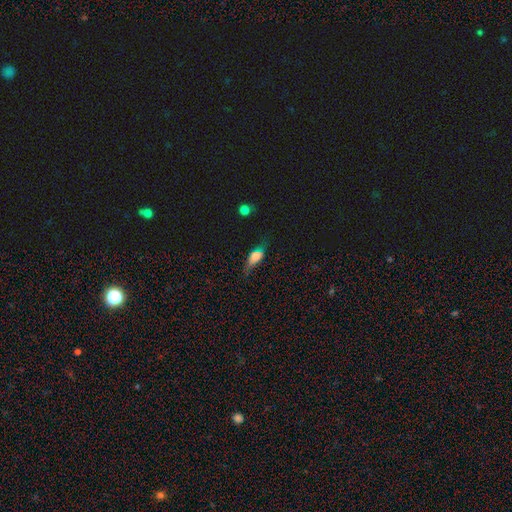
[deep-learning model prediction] Smooth or featured? smooth (61%)
How rounded? in between (68%)
Merging? none (62%)